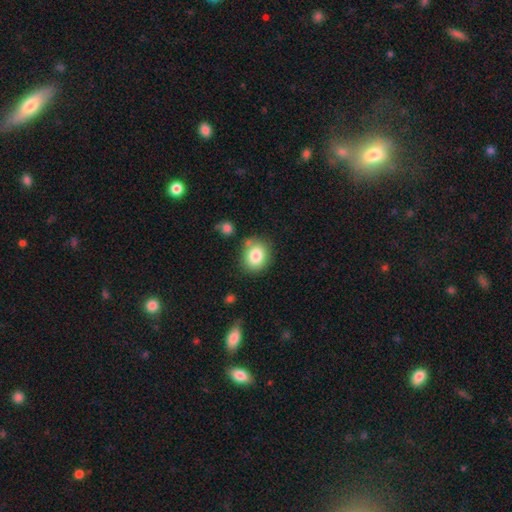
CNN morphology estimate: smooth-or-featured: smooth: 82% | star or artifact: 9% | featured or disk: 8%
  how-rounded: round: 63% | in between: 36% | cigar-shaped: 1%
  merging: none: 76% | minor disturbance: 14% | merger: 7% | major disturbance: 4%